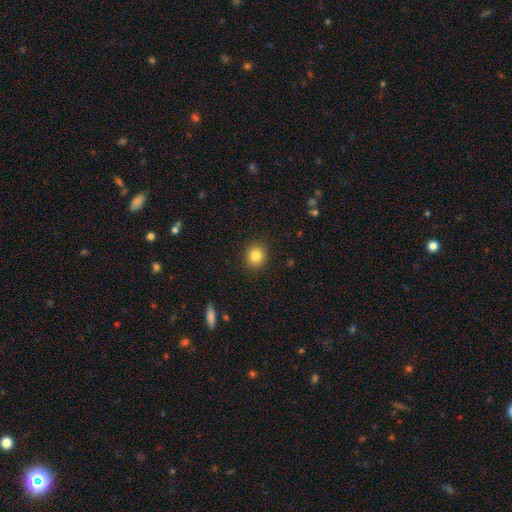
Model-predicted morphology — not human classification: Smooth or featured? Predicted: smooth (p=0.83). How rounded? Predicted: round (p=0.84). Merging? Predicted: none (p=0.90).